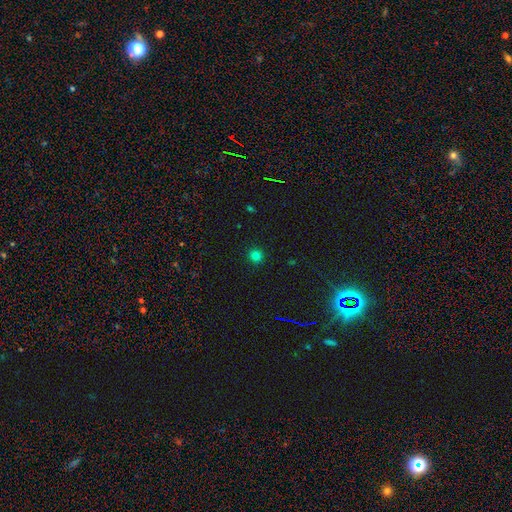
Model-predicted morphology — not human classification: type=smooth (79%); roundness=round (94%); merging=none (92%).